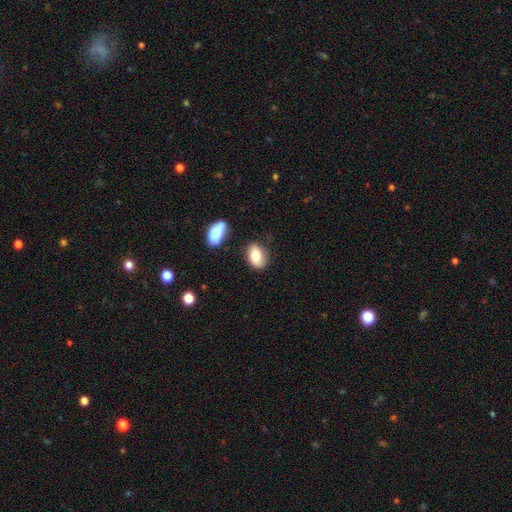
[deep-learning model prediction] smooth-or-featured: smooth: 77% | featured or disk: 16% | star or artifact: 7%
  how-rounded: in between: 85% | round: 14% | cigar-shaped: 2%
  merging: none: 68% | minor disturbance: 22% | merger: 5% | major disturbance: 5%